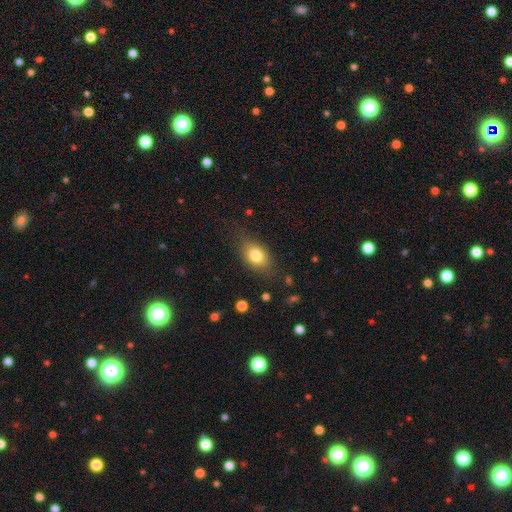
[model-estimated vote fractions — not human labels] Smooth or featured: smooth — 79% (featured or disk — 12%)
How rounded: in between — 80% (round — 18%)
Merging: none — 75% (minor disturbance — 18%)